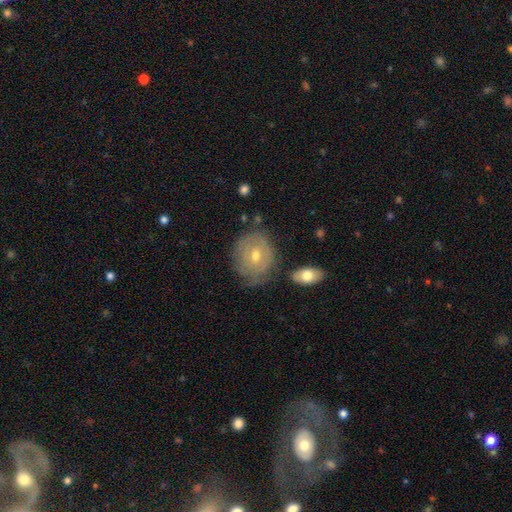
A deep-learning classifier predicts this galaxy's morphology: Smooth or featured?
  - featured or disk: 49% *
  - smooth: 42%
  - star or artifact: 8%
Merging?
  - none: 62% *
  - minor disturbance: 25%
  - major disturbance: 8%
  - merger: 5%